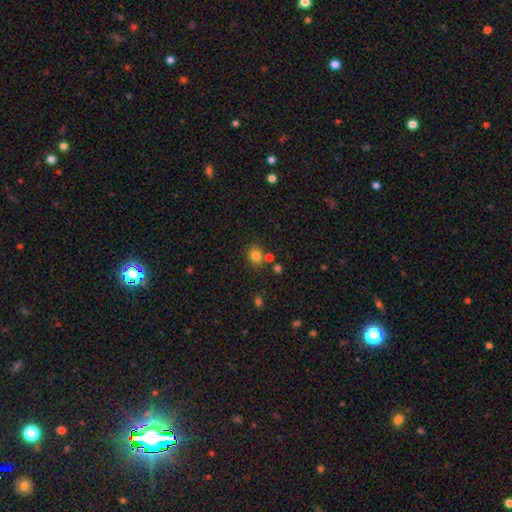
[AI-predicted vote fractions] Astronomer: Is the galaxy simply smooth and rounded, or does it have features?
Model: smooth — 81%.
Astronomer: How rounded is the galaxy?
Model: round — 76%.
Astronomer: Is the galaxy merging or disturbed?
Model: none — 73%.